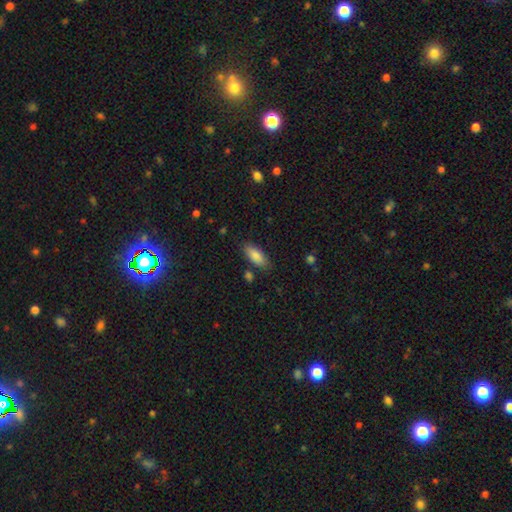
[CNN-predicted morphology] smooth-or-featured: smooth: 86% | featured or disk: 7% | star or artifact: 7%
  how-rounded: in between: 81% | cigar-shaped: 17% | round: 2%
  merging: none: 81% | minor disturbance: 12% | merger: 3% | major disturbance: 3%